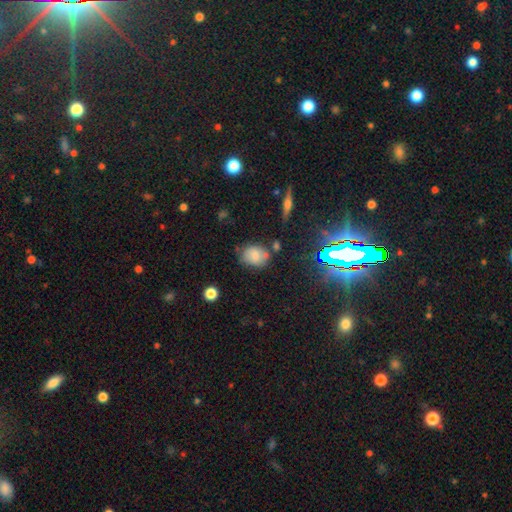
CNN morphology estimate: A smooth galaxy with no disk features (71%) that is in between round and cigar-shaped (53%). Merging: none (67%).